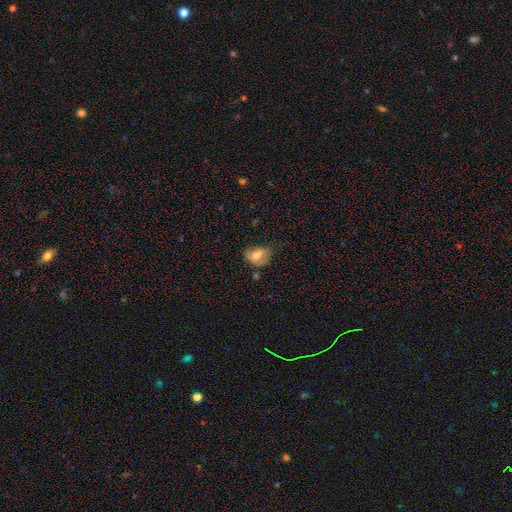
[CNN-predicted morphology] Overall: smooth (72%). How rounded: in between (58%; round 41%). Merging: none (44%; minor disturbance 36%).